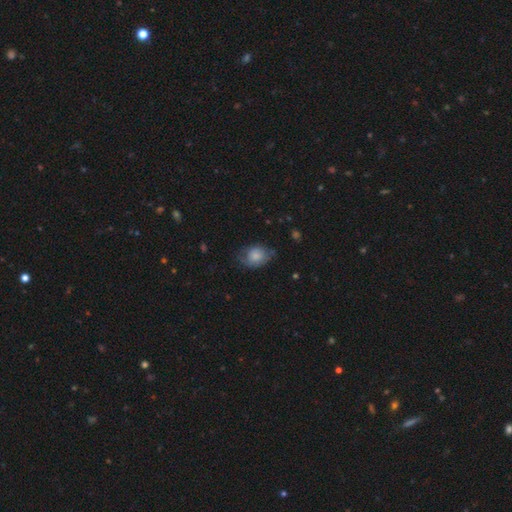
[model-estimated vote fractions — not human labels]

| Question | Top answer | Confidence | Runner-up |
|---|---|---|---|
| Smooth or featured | smooth | 69% | featured or disk (23%) |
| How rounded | in between | 58% | round (40%) |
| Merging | none | 51% | minor disturbance (32%) |